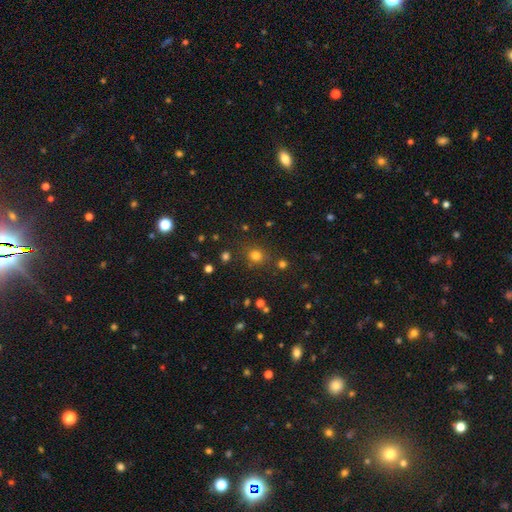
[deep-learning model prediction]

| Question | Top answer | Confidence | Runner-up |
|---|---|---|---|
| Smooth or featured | smooth | 75% | star or artifact (19%) |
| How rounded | round | 81% | in between (18%) |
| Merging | none | 79% | minor disturbance (11%) |